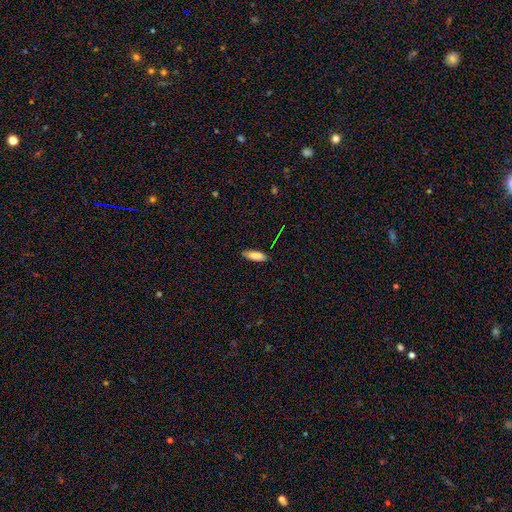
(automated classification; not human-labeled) Q: Smooth or featured?
A: smooth (77%); runner-up: star or artifact (13%)
Q: How rounded?
A: in between (64%); runner-up: cigar-shaped (33%)
Q: Merging?
A: none (84%); runner-up: minor disturbance (12%)